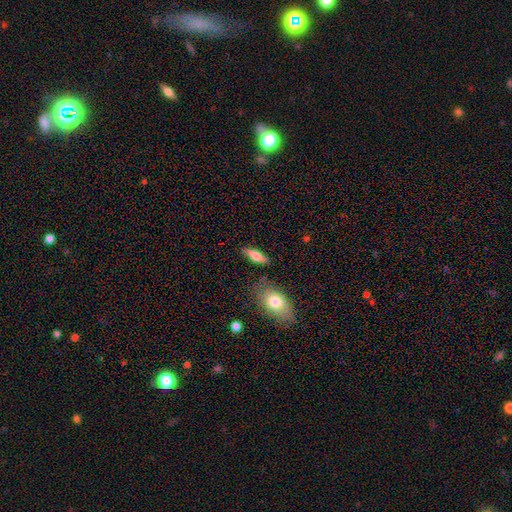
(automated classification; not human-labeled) Smooth or featured? Predicted: smooth (p=0.71). How rounded? Predicted: in between (p=0.54). Merging? Predicted: none (p=0.78).